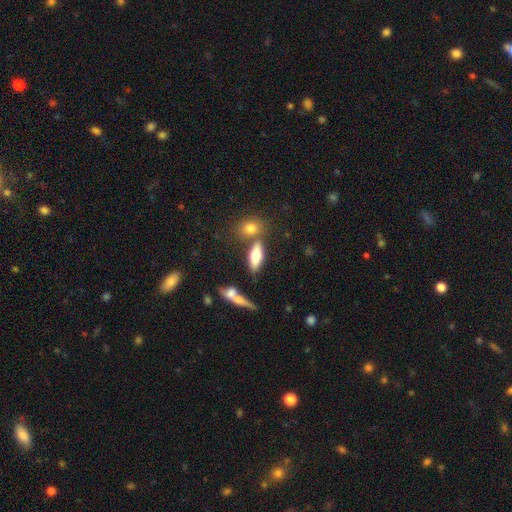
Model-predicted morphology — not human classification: type=smooth (69%); roundness=in between (65%); merging=none (62%).